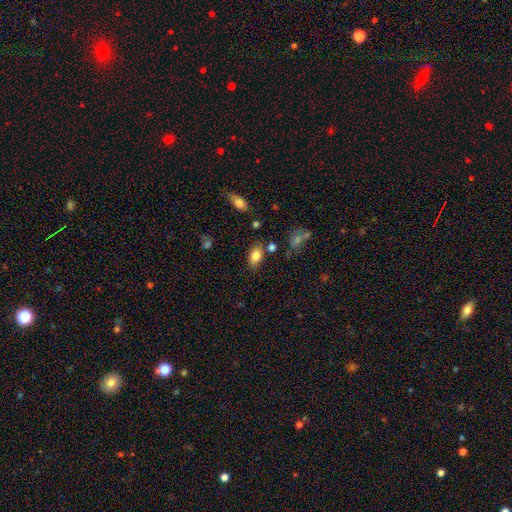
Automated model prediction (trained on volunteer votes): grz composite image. It shows a smooth galaxy with no disk features (84%) that is in between round and cigar-shaped (90%). Merging: none (75%).